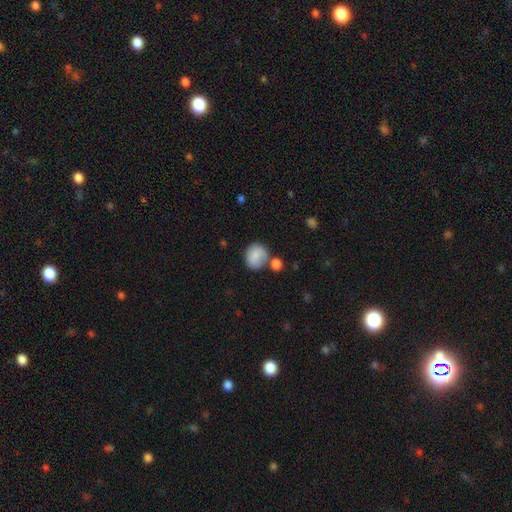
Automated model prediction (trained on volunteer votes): Smooth or featured?
  - smooth: 83% *
  - featured or disk: 9%
  - star or artifact: 7%
How rounded?
  - round: 72% *
  - in between: 27%
  - cigar-shaped: 1%
Merging?
  - none: 52% *
  - merger: 25%
  - minor disturbance: 17%
  - major disturbance: 6%